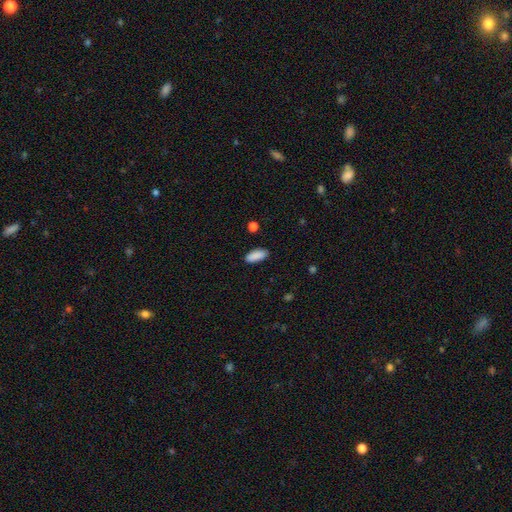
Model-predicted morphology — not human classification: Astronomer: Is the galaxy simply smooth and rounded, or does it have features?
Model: smooth — 90%.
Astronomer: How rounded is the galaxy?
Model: in between — 82%.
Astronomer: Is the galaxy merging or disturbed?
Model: none — 88%.